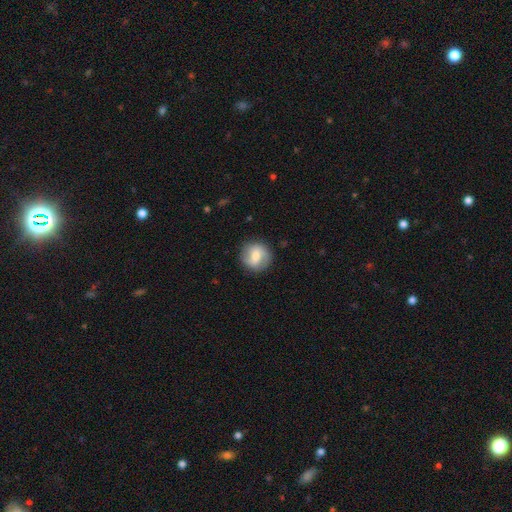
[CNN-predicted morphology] A featured or disk galaxy (50%). Merging: none (86%).